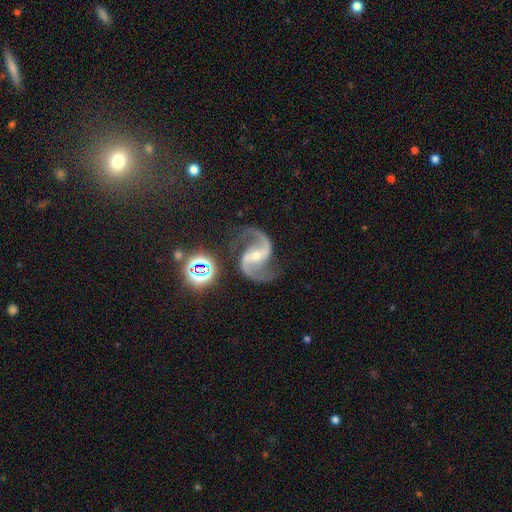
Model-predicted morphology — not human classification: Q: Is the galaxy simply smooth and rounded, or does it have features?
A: featured or disk — 92%.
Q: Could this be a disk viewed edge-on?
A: no — 98%.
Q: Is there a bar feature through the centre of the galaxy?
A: strong — 42%.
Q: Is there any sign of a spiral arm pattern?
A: yes — 98%.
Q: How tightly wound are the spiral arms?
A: medium — 52%.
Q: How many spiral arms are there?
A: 2 — 95%.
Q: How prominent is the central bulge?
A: small — 52%.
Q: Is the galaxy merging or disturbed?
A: none — 80%.